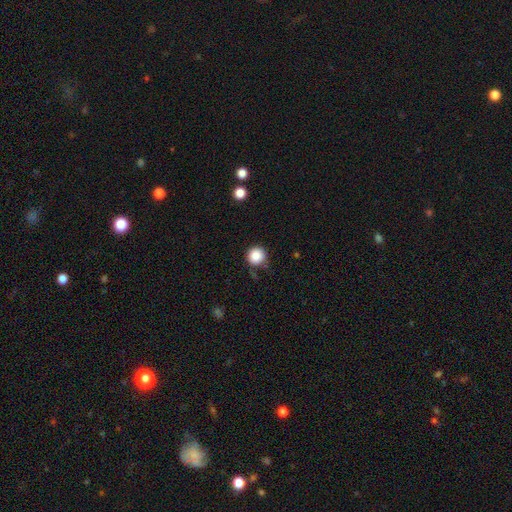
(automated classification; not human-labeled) A smooth galaxy with no disk features (85%) that is round (95%).

Vote fractions:
- Smooth or featured? smooth: 85% / star or artifact: 10% / featured or disk: 5%
- How rounded? round: 95% / in between: 4% / cigar-shaped: 1%
- Merging? none: 81% / minor disturbance: 13% / major disturbance: 3% / merger: 3%